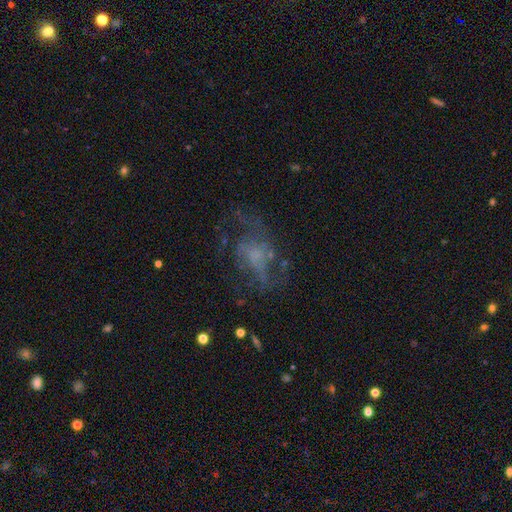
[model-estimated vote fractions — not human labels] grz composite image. It shows a featured or disk galaxy (58%) with no bar (76%), no spiral arms (53%) and no central bulge (49%). Merging: none (43%).